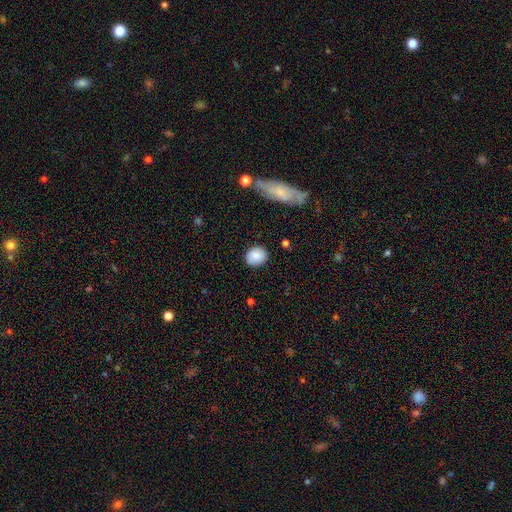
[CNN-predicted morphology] smooth-or-featured: smooth: 85% | featured or disk: 8% | star or artifact: 7%
  how-rounded: round: 67% | in between: 32% | cigar-shaped: 1%
  merging: none: 84% | minor disturbance: 12% | major disturbance: 3% | merger: 2%